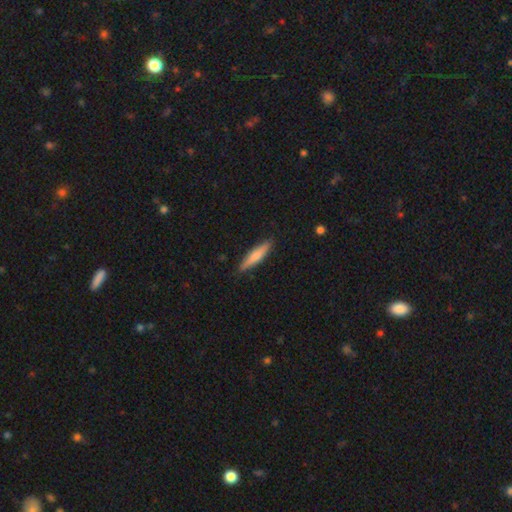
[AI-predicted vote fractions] This appears to be a smooth galaxy with no disk features (69%) that is cigar-shaped (85%). Merging: none (87%).